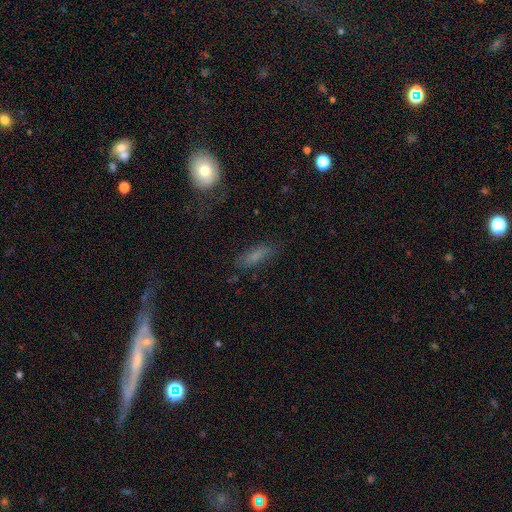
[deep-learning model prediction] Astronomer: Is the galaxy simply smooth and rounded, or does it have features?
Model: smooth — 67%.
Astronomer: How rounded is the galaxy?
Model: cigar-shaped — 51% (runner-up: in between, 46%).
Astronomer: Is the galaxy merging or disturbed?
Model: none — 72%.